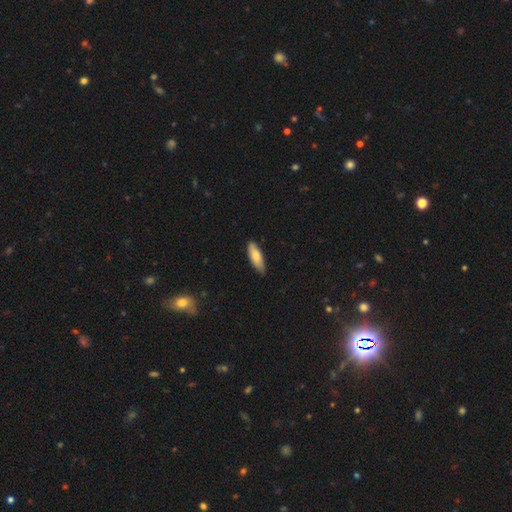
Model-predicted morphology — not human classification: type=smooth (75%); roundness=in between (60%); merging=none (77%).